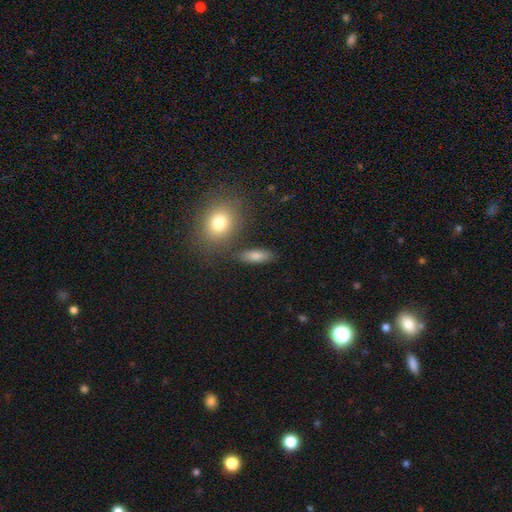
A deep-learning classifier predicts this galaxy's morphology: smooth_or_featured: smooth (p=0.82) [alt: featured or disk p=0.09]
how_rounded: in between (p=0.68) [alt: cigar-shaped p=0.26]
merging: none (p=0.80) [alt: minor disturbance p=0.11]